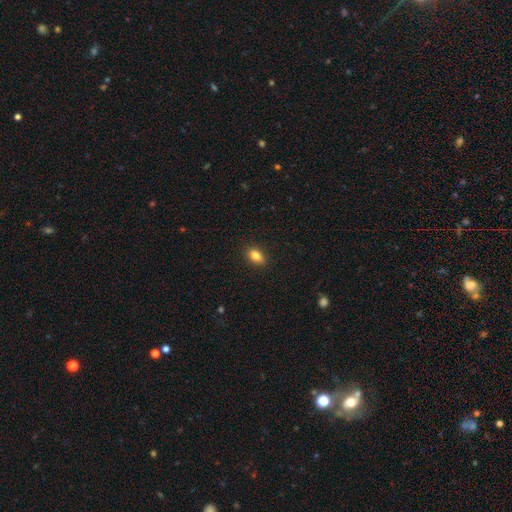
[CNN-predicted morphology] smooth_or_featured: smooth (p=0.82) [alt: star or artifact p=0.09]
how_rounded: in between (p=0.82) [alt: round p=0.13]
merging: none (p=0.88) [alt: minor disturbance p=0.09]